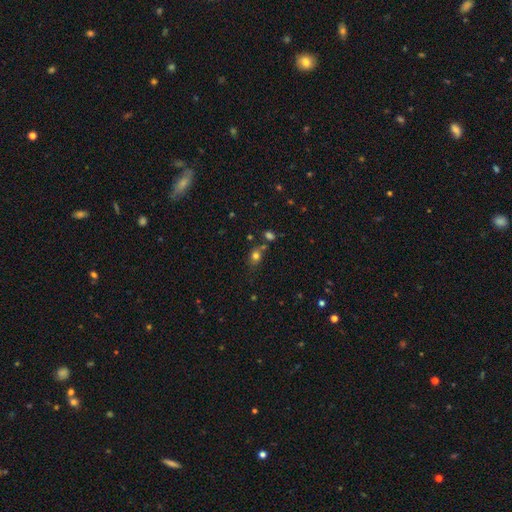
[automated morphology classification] Smooth or featured? smooth (75%)
How rounded? in between (52%)
Merging? none (63%)